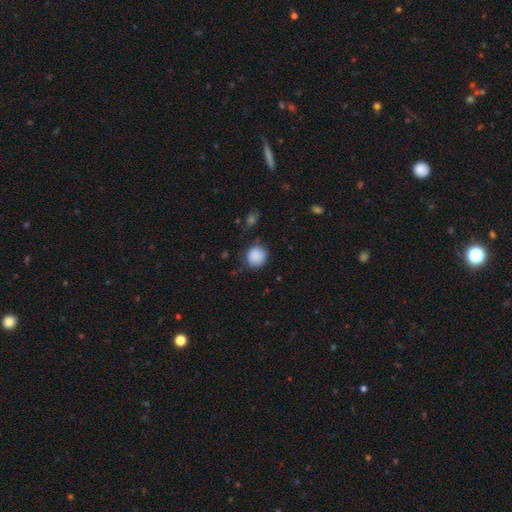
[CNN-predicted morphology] Smooth or featured? Predicted: smooth (p=0.87). How rounded? Predicted: round (p=0.90). Merging? Predicted: none (p=0.78).